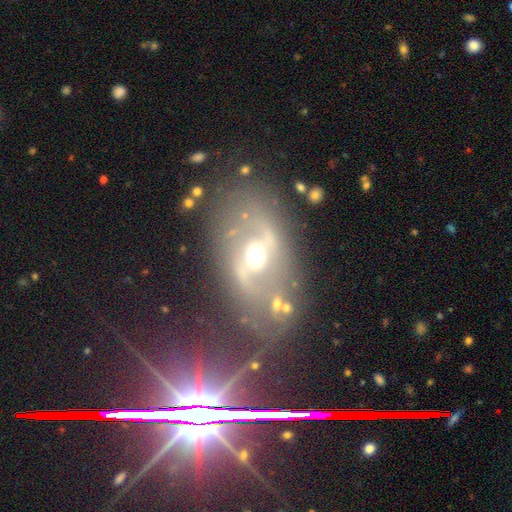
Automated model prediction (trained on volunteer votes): Smooth or featured? featured or disk (70%)
Edge-on disk? no (92%)
Bar? weak (42%)
Spiral arms? yes (73%)
Bulge size? moderate (67%)
Merging? none (72%)